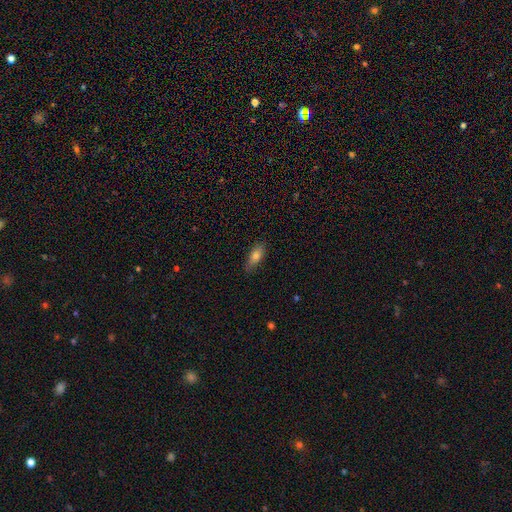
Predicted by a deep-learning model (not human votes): The model was most divided on "how rounded": in between: 71%, cigar-shaped: 26%, round: 3%. More confident: merging — none (81%); smooth or featured — smooth (76%).